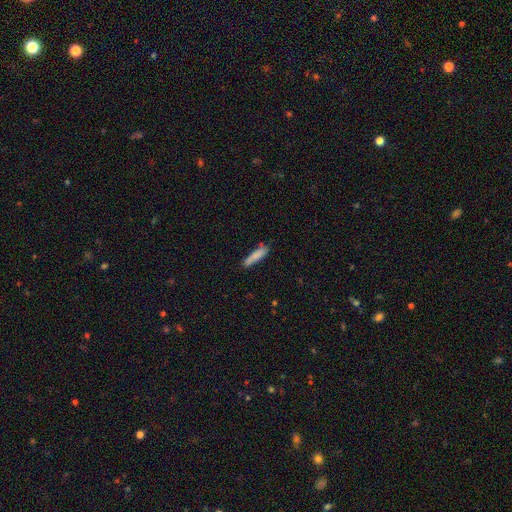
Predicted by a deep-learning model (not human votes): Smooth or featured?
  - smooth: 83% *
  - featured or disk: 11%
  - star or artifact: 6%
How rounded?
  - cigar-shaped: 80% *
  - in between: 19%
  - round: 1%
Merging?
  - none: 77% *
  - minor disturbance: 17%
  - merger: 3%
  - major disturbance: 3%